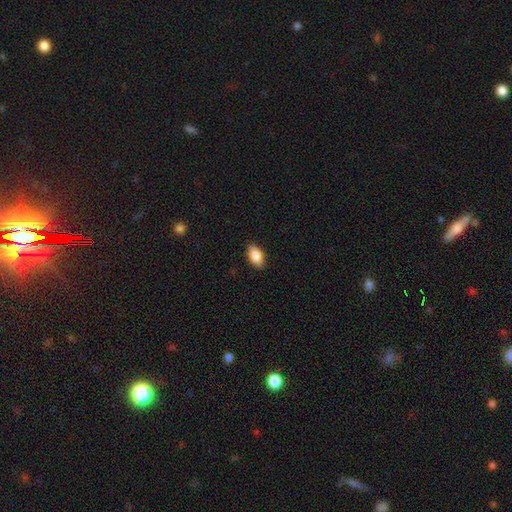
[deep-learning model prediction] A smooth galaxy with no disk features (87%) that is in between round and cigar-shaped (93%). Merging: none (89%).